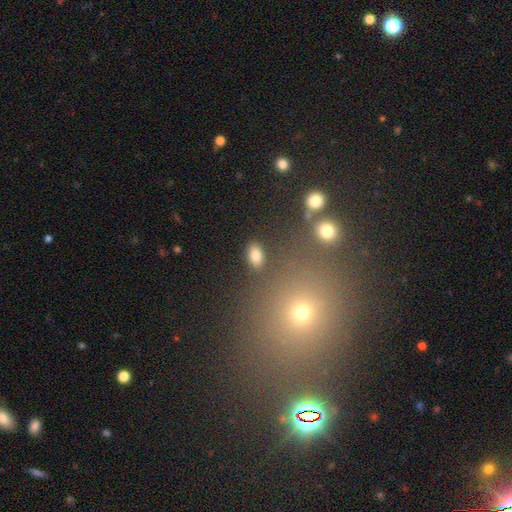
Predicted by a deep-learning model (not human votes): Smooth or featured? Predicted: smooth (p=0.82). How rounded? Predicted: in between (p=0.90). Merging? Predicted: none (p=0.85).